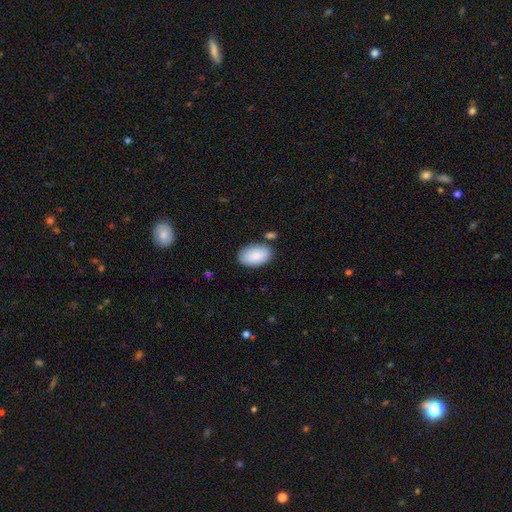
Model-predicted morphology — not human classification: smooth_or_featured: smooth (p=0.89) [alt: star or artifact p=0.06]
how_rounded: in between (p=0.95) [alt: round p=0.04]
merging: none (p=0.80) [alt: minor disturbance p=0.12]